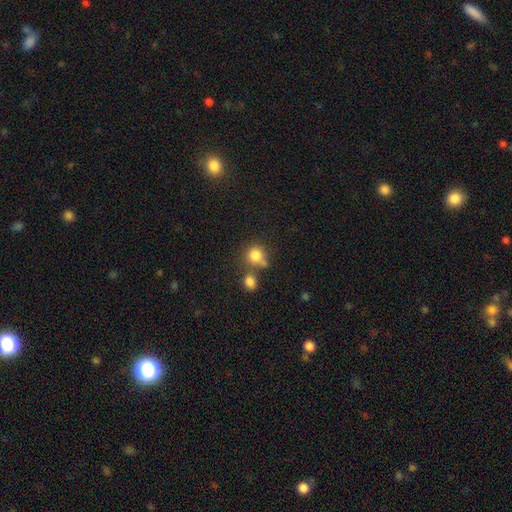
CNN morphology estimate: smooth-or-featured: smooth: 81% | star or artifact: 11% | featured or disk: 8%
  how-rounded: round: 83% | in between: 16% | cigar-shaped: 1%
  merging: none: 52% | merger: 29% | minor disturbance: 13% | major disturbance: 6%